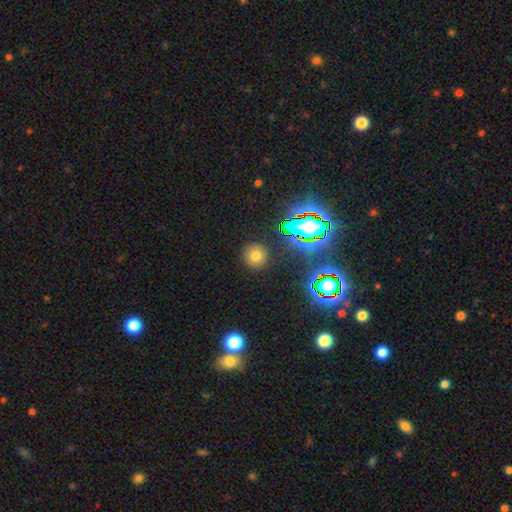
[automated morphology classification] Smooth or featured?
  - smooth: 68% *
  - star or artifact: 23%
  - featured or disk: 9%
How rounded?
  - round: 93% *
  - in between: 6%
  - cigar-shaped: 1%
Merging?
  - none: 89% *
  - minor disturbance: 7%
  - major disturbance: 3%
  - merger: 2%